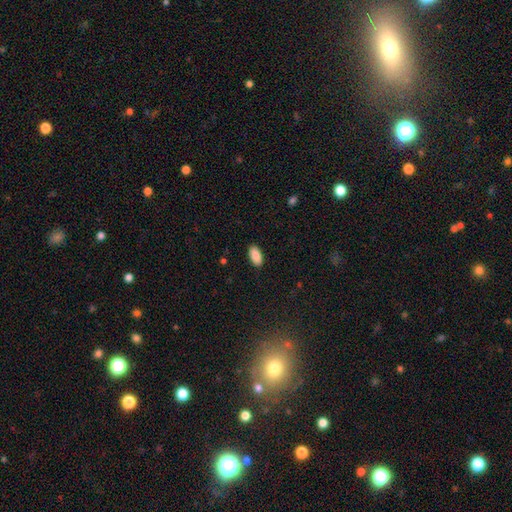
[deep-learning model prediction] A smooth galaxy with no disk features (90%) that is in between round and cigar-shaped (93%).

Vote fractions:
- Smooth or featured? smooth: 90% / star or artifact: 7% / featured or disk: 4%
- How rounded? in between: 93% / cigar-shaped: 5% / round: 2%
- Merging? none: 89% / minor disturbance: 8% / major disturbance: 2% / merger: 1%